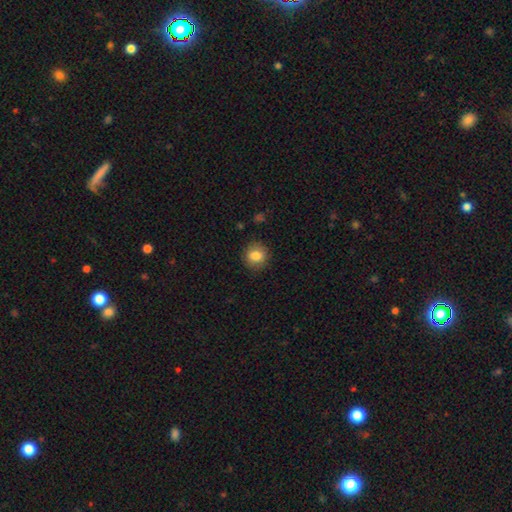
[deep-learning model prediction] A smooth galaxy with no disk features (83%) that is round (80%). Merging: none (86%).